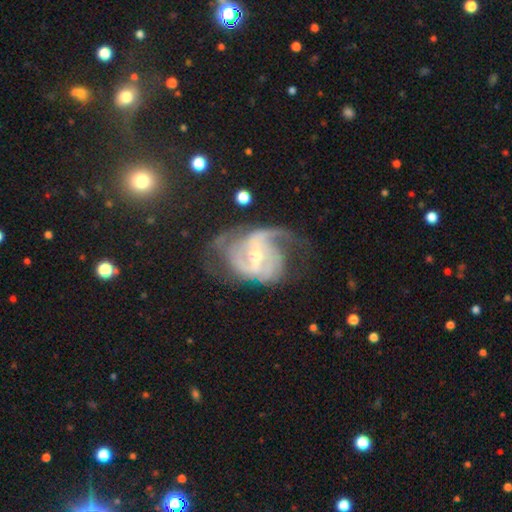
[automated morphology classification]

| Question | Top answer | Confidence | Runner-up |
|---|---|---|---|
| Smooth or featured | featured or disk | 88% | smooth (6%) |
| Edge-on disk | no | 97% | yes (3%) |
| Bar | weak | 50% | no (27%) |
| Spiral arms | yes | 95% | no (5%) |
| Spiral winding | medium | 46% | tight (30%) |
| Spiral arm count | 2 | 37% | 3 (25%) |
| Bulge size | small | 56% | moderate (40%) |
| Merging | none | 46% | major disturbance (29%) |